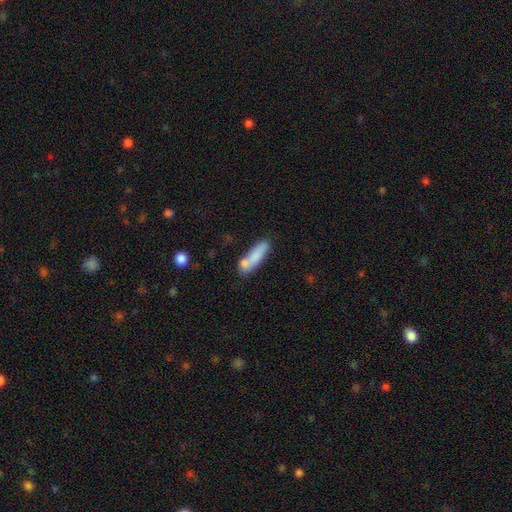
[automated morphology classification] A smooth galaxy with no disk features (78%) that is cigar-shaped (59%). Merging: none (54%).